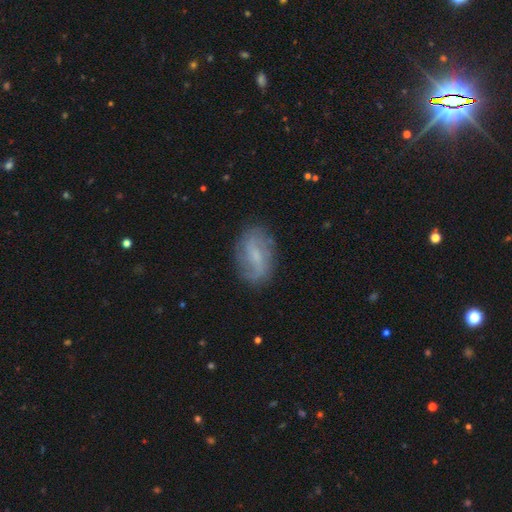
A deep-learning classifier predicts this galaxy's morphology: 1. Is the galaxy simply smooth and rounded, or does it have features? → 60% featured or disk, 32% smooth, 8% star or artifact.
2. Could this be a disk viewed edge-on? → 95% no, 5% yes.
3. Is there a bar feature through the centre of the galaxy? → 56% weak, 26% no, 18% strong.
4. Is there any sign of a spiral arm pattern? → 83% yes, 17% no.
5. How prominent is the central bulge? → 47% small, 27% none, 22% moderate, 3% large, 1% dominant.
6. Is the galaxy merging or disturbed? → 77% none, 16% minor disturbance, 6% major disturbance, 1% merger.